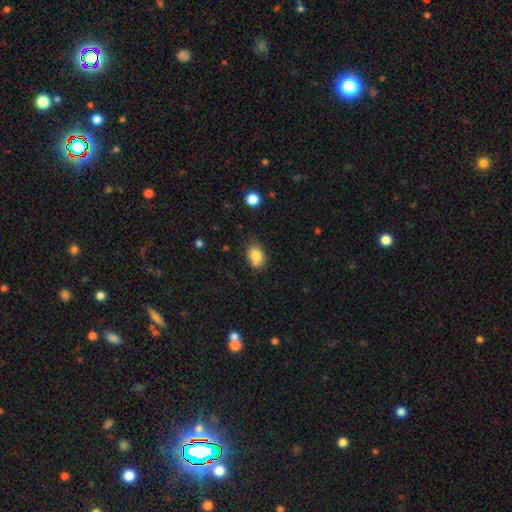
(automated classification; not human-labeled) Q: Smooth or featured?
A: smooth (79%); runner-up: featured or disk (11%)
Q: How rounded?
A: in between (60%); runner-up: round (38%)
Q: Merging?
A: none (53%); runner-up: merger (23%)